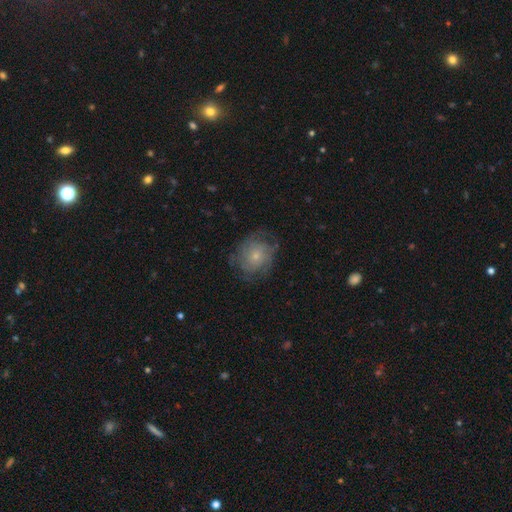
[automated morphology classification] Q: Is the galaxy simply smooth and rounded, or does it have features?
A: smooth — 46%, tied with featured or disk.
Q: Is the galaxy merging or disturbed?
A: none — 63%.